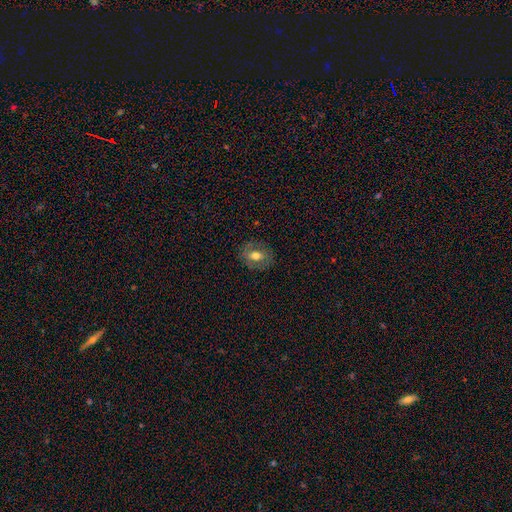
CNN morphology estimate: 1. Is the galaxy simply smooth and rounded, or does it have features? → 54% smooth, 37% featured or disk, 9% star or artifact.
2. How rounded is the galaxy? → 53% in between, 45% round, 1% cigar-shaped.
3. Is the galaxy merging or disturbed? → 81% none, 13% minor disturbance, 5% major disturbance, 1% merger.